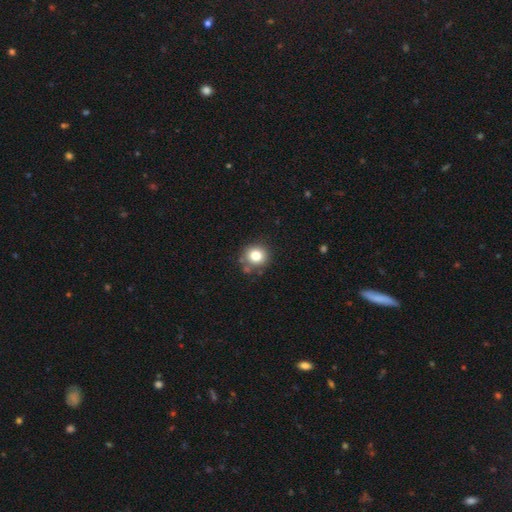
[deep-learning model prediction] Overall: smooth (80%). How rounded: round (88%). Merging: none (80%).